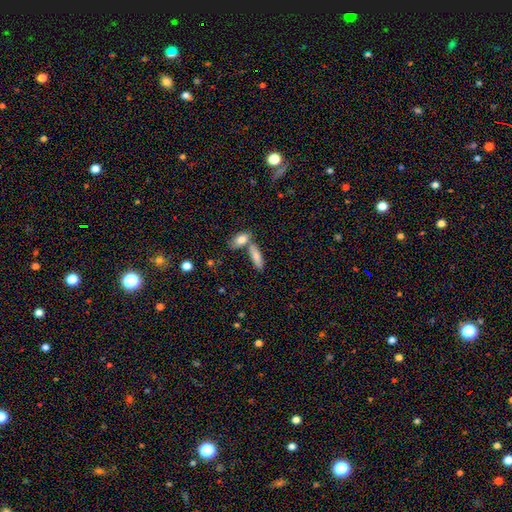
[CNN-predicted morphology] Smooth or featured? smooth (70%)
How rounded? in between (50%)
Merging? none (54%)